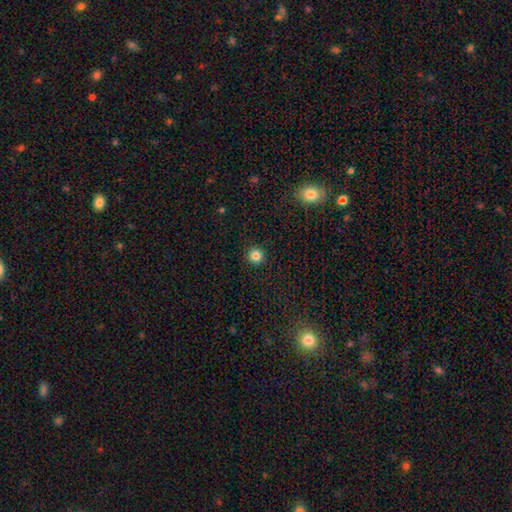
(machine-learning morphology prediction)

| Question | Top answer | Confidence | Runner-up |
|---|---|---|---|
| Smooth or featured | smooth | 83% | star or artifact (13%) |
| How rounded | round | 95% | in between (4%) |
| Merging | none | 92% | minor disturbance (5%) |